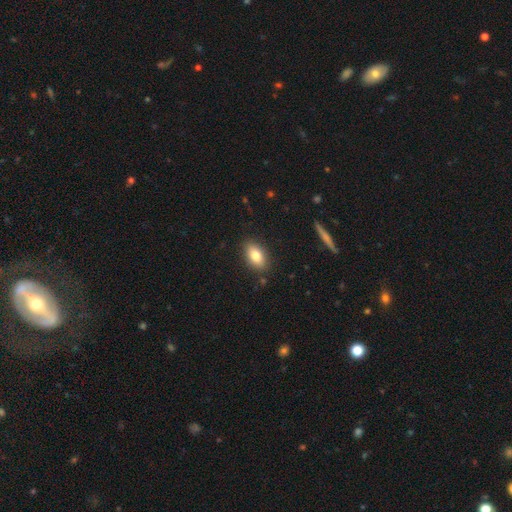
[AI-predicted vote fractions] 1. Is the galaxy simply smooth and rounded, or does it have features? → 80% smooth, 12% featured or disk, 8% star or artifact.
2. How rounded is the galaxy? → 88% in between, 8% round, 4% cigar-shaped.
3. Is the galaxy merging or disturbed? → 87% none, 9% minor disturbance, 2% major disturbance, 1% merger.